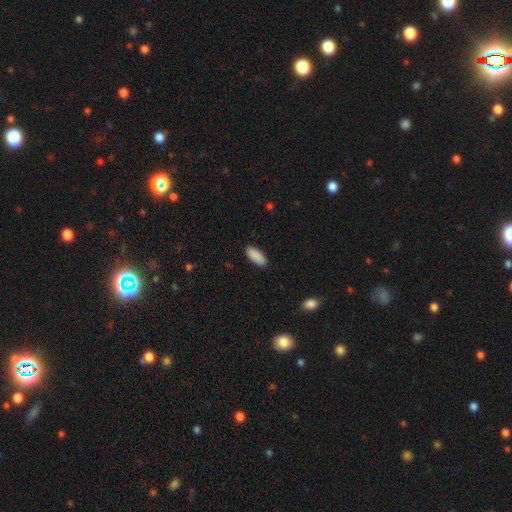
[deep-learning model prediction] smooth_or_featured: smooth (p=0.91) [alt: star or artifact p=0.06]
how_rounded: in between (p=0.77) [alt: cigar-shaped p=0.21]
merging: none (p=0.89) [alt: minor disturbance p=0.08]